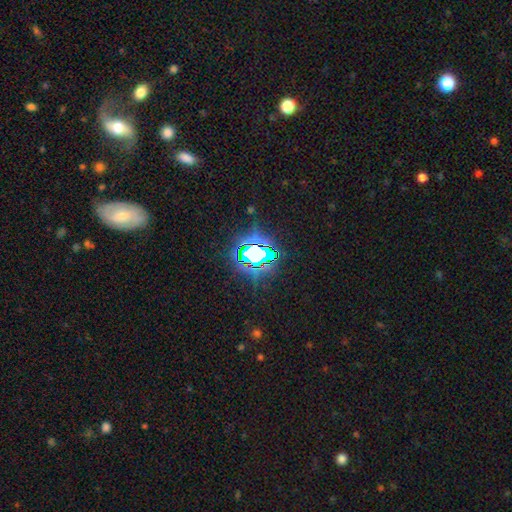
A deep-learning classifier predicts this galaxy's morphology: Smooth or featured? Predicted: star or artifact (p=0.74).